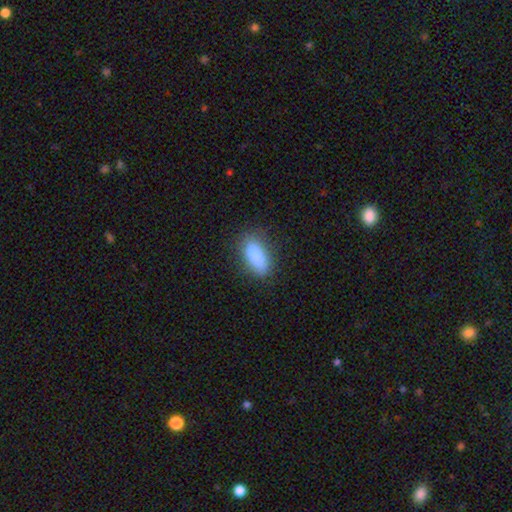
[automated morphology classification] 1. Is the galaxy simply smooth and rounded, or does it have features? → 78% smooth, 14% featured or disk, 8% star or artifact.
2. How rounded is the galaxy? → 80% in between, 16% cigar-shaped, 4% round.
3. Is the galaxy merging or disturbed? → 57% none, 20% minor disturbance, 16% merger, 7% major disturbance.